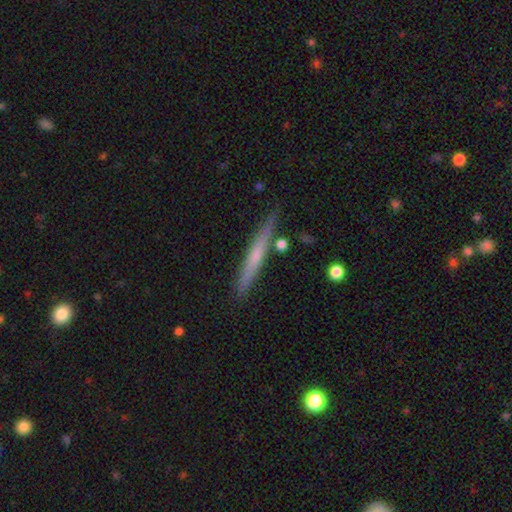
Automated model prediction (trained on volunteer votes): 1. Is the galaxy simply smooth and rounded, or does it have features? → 48% smooth, 46% featured or disk, 6% star or artifact.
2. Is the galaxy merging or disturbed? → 85% none, 10% minor disturbance, 3% merger, 2% major disturbance.